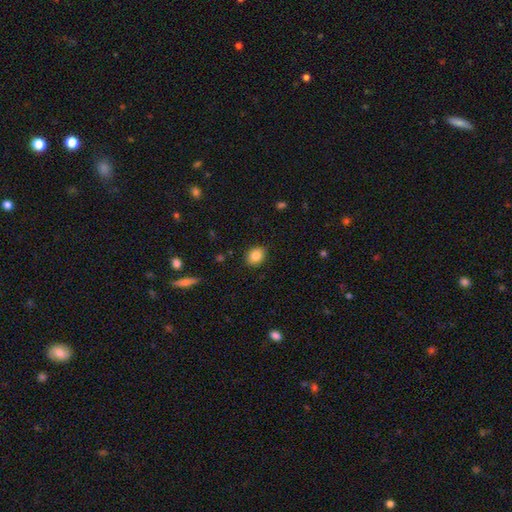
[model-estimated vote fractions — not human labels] A smooth galaxy with no disk features (86%) that is round (50%).

Vote fractions:
- Smooth or featured? smooth: 86% / star or artifact: 9% / featured or disk: 5%
- How rounded? round: 50% / in between: 49% / cigar-shaped: 1%
- Merging? none: 88% / minor disturbance: 9% / major disturbance: 2% / merger: 1%